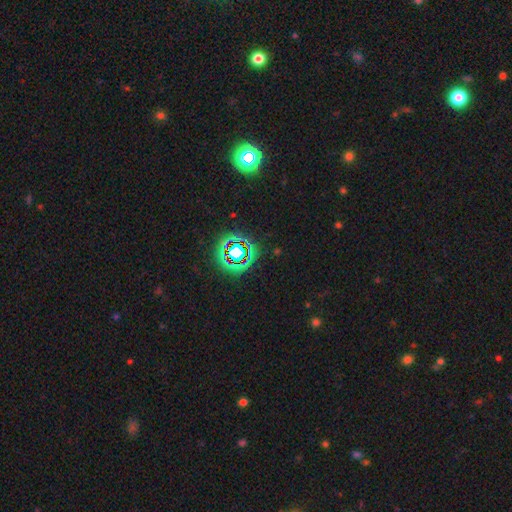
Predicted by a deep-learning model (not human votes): Smooth or featured: star or artifact — 67% (smooth — 23%)